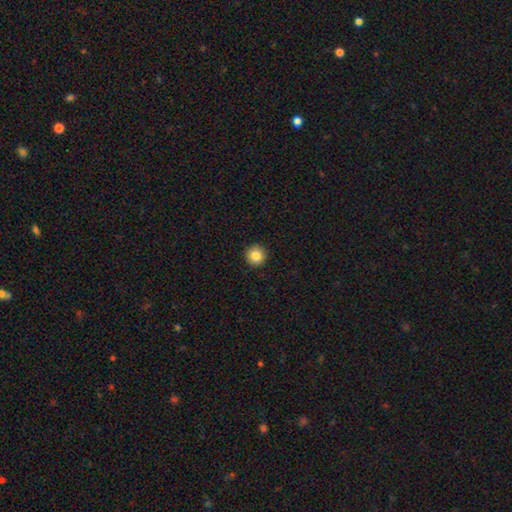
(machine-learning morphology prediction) smooth_or_featured: smooth (p=0.85) [alt: star or artifact p=0.10]
how_rounded: round (p=0.95) [alt: in between p=0.04]
merging: none (p=0.93) [alt: minor disturbance p=0.04]